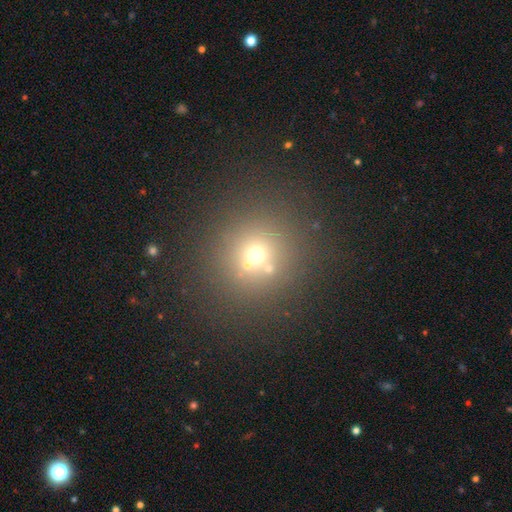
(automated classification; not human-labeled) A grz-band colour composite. It shows a smooth galaxy with no disk features (59%) that is round (92%). Merging: none (69%).